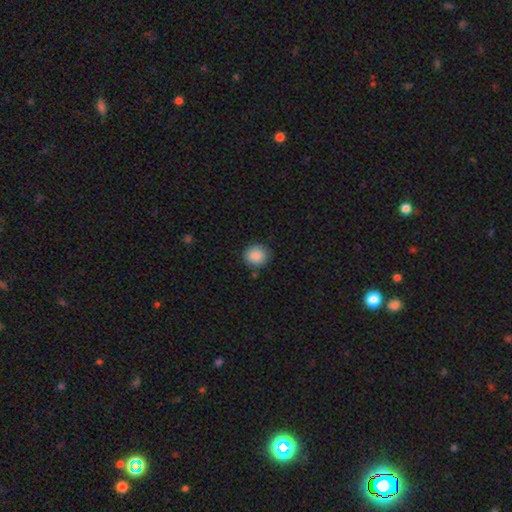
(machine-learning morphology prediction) Smooth or featured: smooth — 88% (star or artifact — 8%)
How rounded: round — 85% (in between — 14%)
Merging: none — 86% (minor disturbance — 9%)